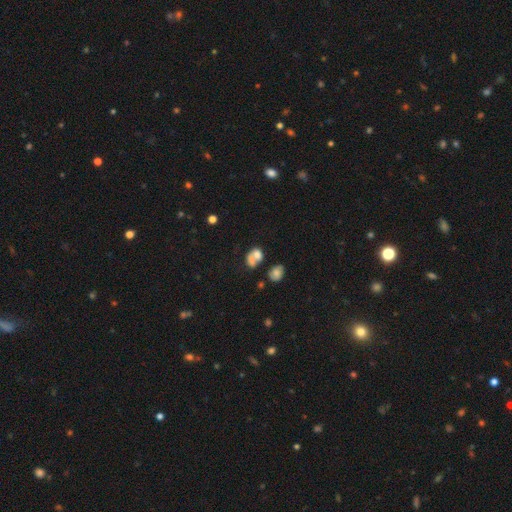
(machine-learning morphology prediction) smooth-or-featured: smooth: 64% | featured or disk: 23% | star or artifact: 13%
  how-rounded: in between: 58% | round: 41% | cigar-shaped: 2%
  merging: merger: 47% | none: 26% | major disturbance: 15% | minor disturbance: 13%